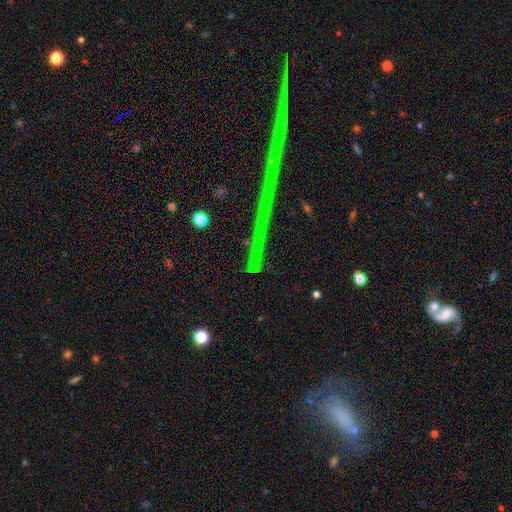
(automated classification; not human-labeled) This appears to be a star or artifact, not a galaxy (70%).